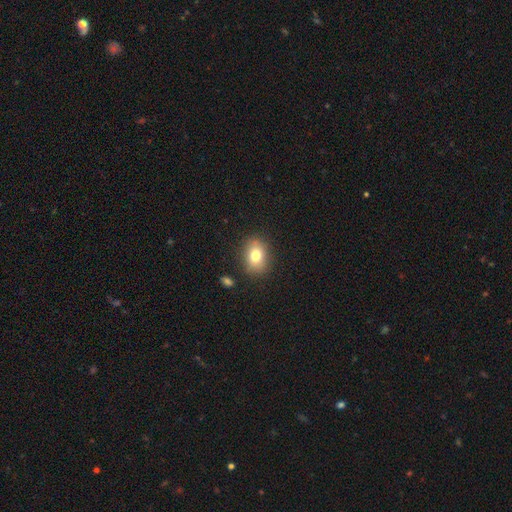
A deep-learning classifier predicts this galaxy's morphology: Smooth or featured? Predicted: smooth (p=0.78). How rounded? Predicted: in between (p=0.61). Merging? Predicted: none (p=0.84).